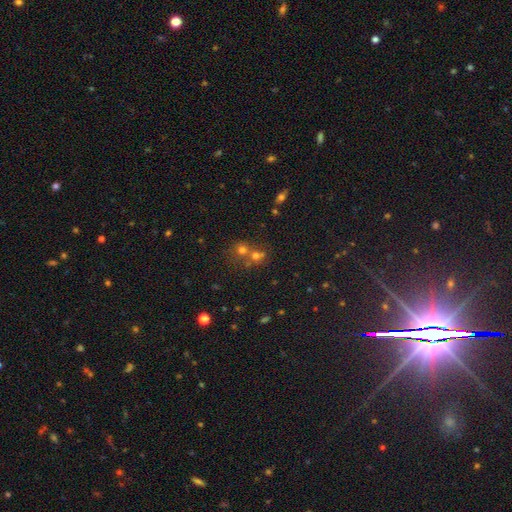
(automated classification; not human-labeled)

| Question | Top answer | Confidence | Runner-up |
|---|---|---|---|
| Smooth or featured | smooth | 59% | star or artifact (27%) |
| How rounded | round | 81% | in between (18%) |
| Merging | merger | 48% | none (42%) |